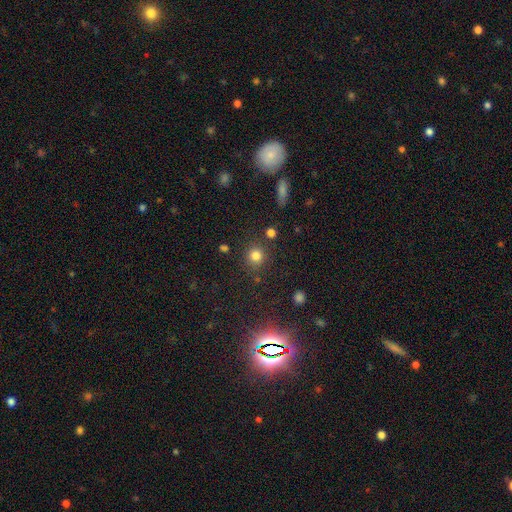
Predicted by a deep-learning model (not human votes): Smooth or featured?
  - smooth: 79% *
  - star or artifact: 15%
  - featured or disk: 6%
How rounded?
  - round: 92% *
  - in between: 7%
  - cigar-shaped: 1%
Merging?
  - none: 82% *
  - minor disturbance: 9%
  - merger: 5%
  - major disturbance: 4%